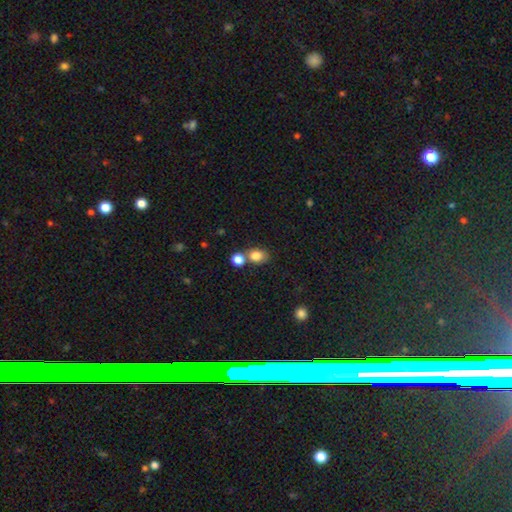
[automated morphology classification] This appears to be a smooth galaxy with no disk features (82%) that is in between round and cigar-shaped (55%). Merging: none (54%).